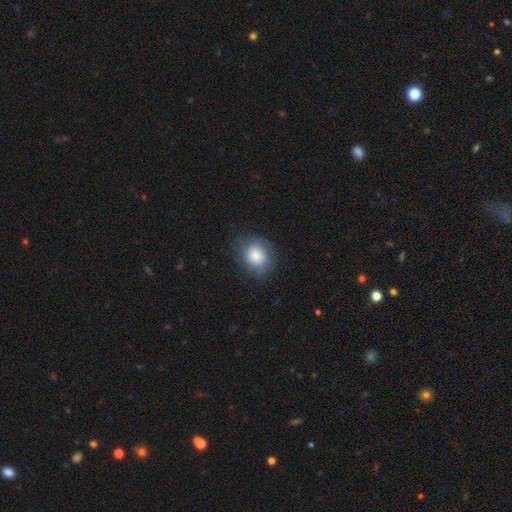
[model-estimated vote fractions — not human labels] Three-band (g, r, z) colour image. It shows a smooth galaxy with no disk features (71%) that is round (65%). Merging: none (68%).